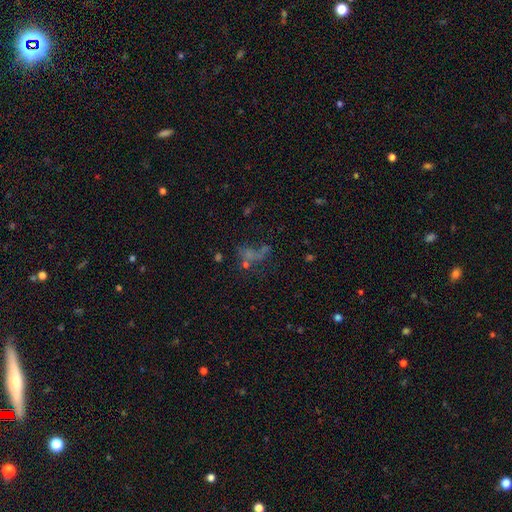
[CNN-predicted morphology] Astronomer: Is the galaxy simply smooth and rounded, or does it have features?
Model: star or artifact — 43% (runner-up: smooth, 29%).